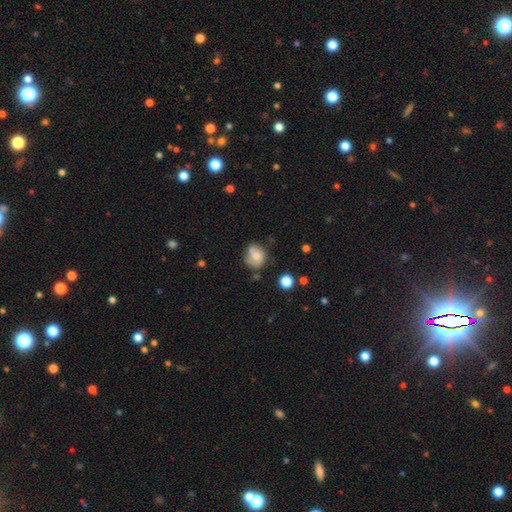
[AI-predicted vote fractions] A smooth galaxy with no disk features (63%) that is round (67%).

Vote fractions:
- Smooth or featured? smooth: 63% / featured or disk: 27% / star or artifact: 10%
- How rounded? round: 67% / in between: 32% / cigar-shaped: 1%
- Merging? none: 50% / minor disturbance: 29% / major disturbance: 11% / merger: 10%